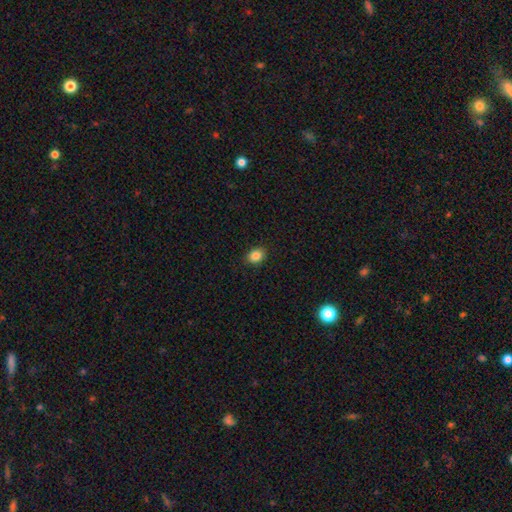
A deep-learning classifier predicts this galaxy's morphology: The model was most divided on "how rounded": in between: 52%, round: 47%, cigar-shaped: 1%. More confident: merging — none (89%); smooth or featured — smooth (85%).